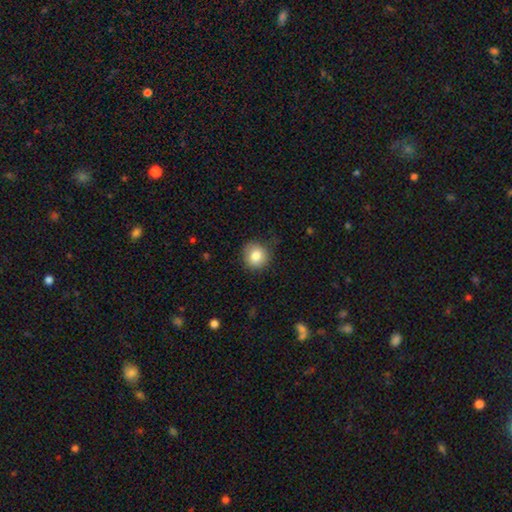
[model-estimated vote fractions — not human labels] A smooth galaxy with no disk features (83%) that is round (88%).

Vote fractions:
- Smooth or featured? smooth: 83% / star or artifact: 9% / featured or disk: 8%
- How rounded? round: 88% / in between: 11% / cigar-shaped: 1%
- Merging? none: 82% / minor disturbance: 14% / major disturbance: 3% / merger: 1%